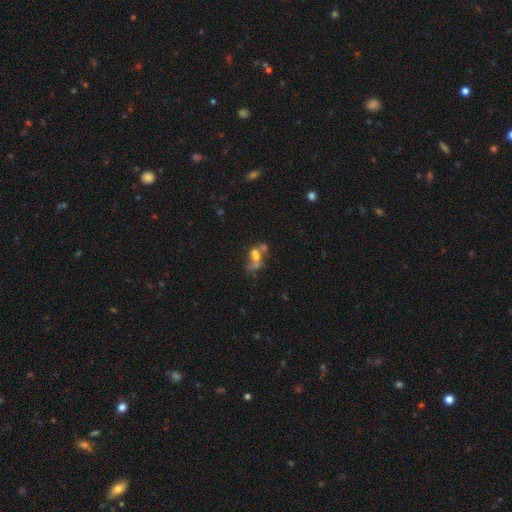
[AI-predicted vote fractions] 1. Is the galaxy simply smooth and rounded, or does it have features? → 45% smooth, 37% featured or disk, 18% star or artifact.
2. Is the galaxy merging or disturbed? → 55% merger, 19% none, 17% major disturbance, 9% minor disturbance.